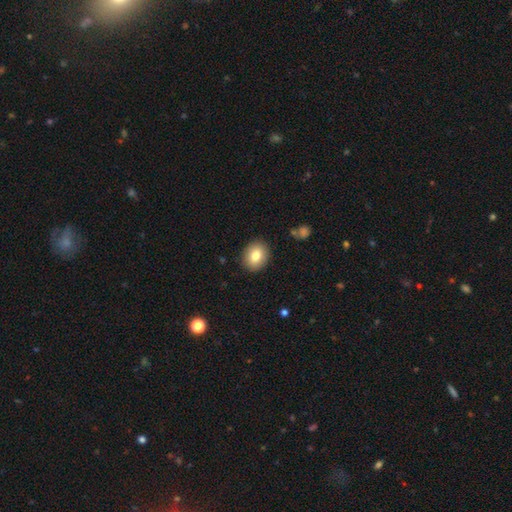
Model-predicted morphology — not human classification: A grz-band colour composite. It shows a smooth galaxy with no disk features (80%) that is round (56%). Merging: none (89%).